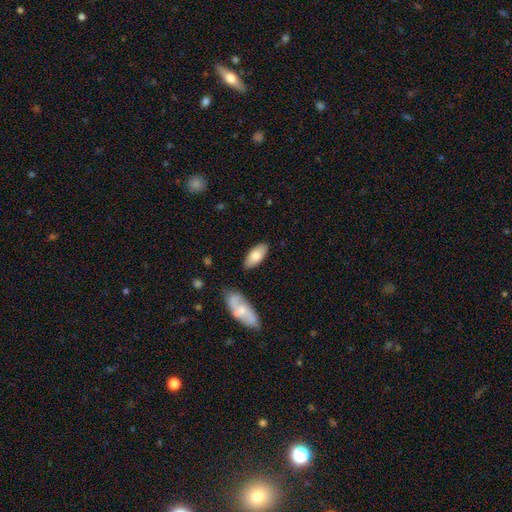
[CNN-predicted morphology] Smooth or featured? Predicted: smooth (p=0.77). How rounded? Predicted: in between (p=0.87). Merging? Predicted: none (p=0.83).